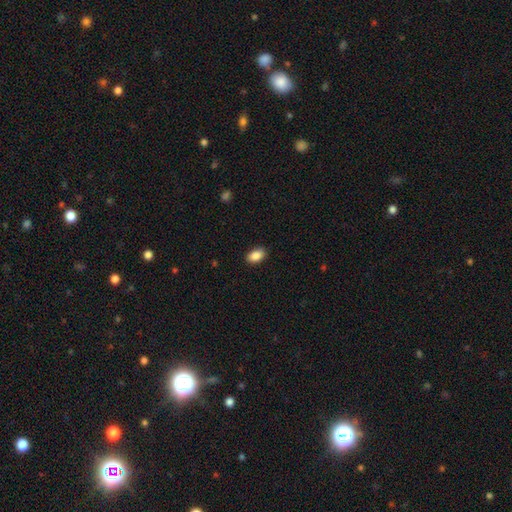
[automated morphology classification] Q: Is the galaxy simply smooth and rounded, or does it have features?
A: smooth — 88%.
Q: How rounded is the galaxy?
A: in between — 90%.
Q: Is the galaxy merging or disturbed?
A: none — 88%.